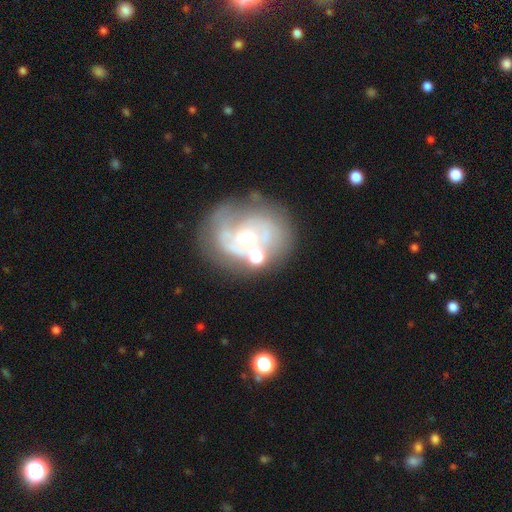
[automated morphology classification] Q: Smooth or featured?
A: featured or disk (66%); runner-up: smooth (22%)
Q: Edge-on disk?
A: no (97%); runner-up: yes (3%)
Q: Bar?
A: no (72%); runner-up: weak (22%)
Q: Spiral arms?
A: yes (71%); runner-up: no (29%)
Q: Bulge size?
A: moderate (43%); tied with: small (43%)
Q: Merging?
A: none (43%); runner-up: major disturbance (21%)